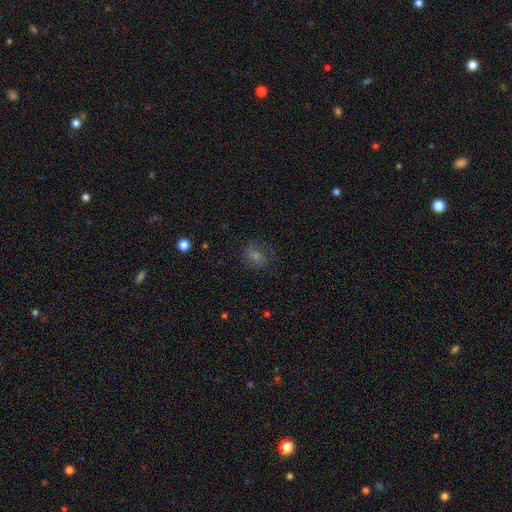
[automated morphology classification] Overall: smooth (46%; featured or disk 27%). Merging: none (74%).